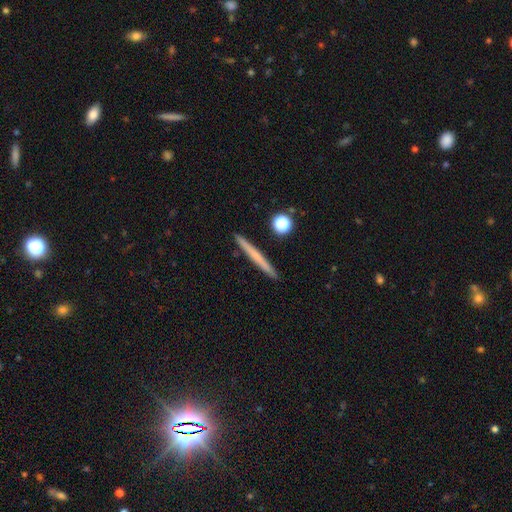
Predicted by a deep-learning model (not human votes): A smooth galaxy with no disk features (55%) that is cigar-shaped (96%).

Vote fractions:
- Smooth or featured? smooth: 55% / featured or disk: 38% / star or artifact: 7%
- How rounded? cigar-shaped: 96% / in between: 2% / round: 2%
- Merging? none: 92% / minor disturbance: 5% / merger: 2% / major disturbance: 1%